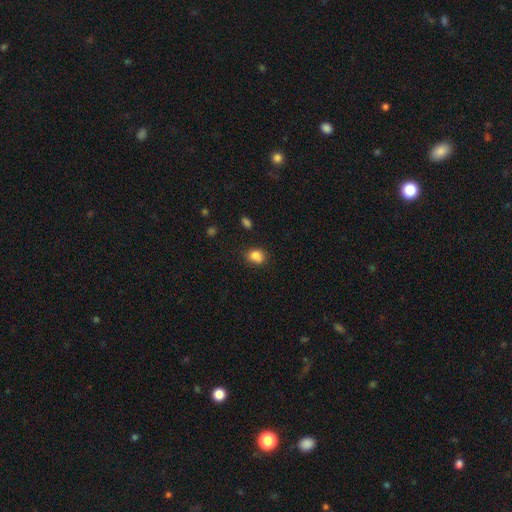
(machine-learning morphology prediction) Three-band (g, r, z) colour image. It shows a smooth galaxy with no disk features (84%) that is round (51%). Merging: none (66%).